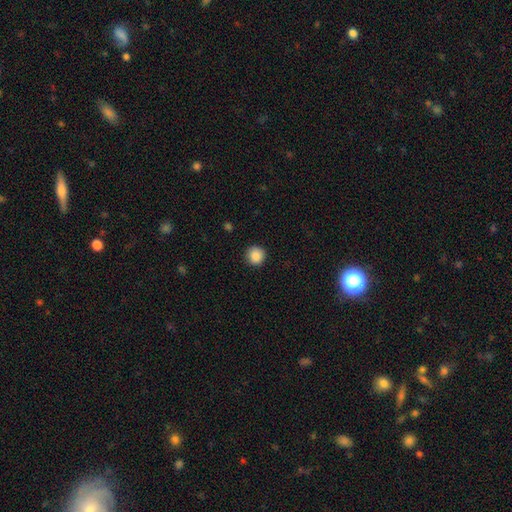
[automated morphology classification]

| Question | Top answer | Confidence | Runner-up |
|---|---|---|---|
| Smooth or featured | smooth | 88% | star or artifact (9%) |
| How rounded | round | 95% | in between (4%) |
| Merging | none | 91% | minor disturbance (6%) |